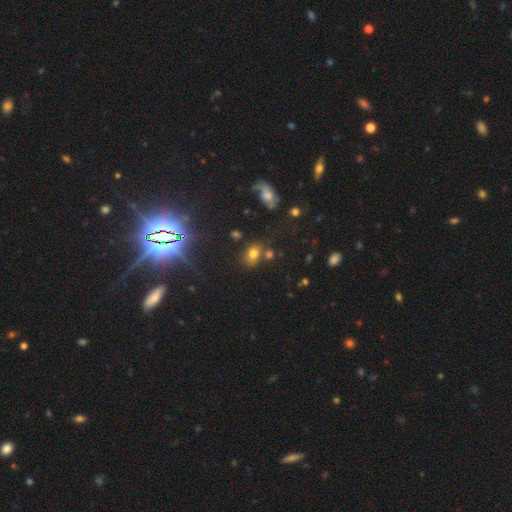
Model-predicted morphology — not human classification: type=star or artifact (49%).